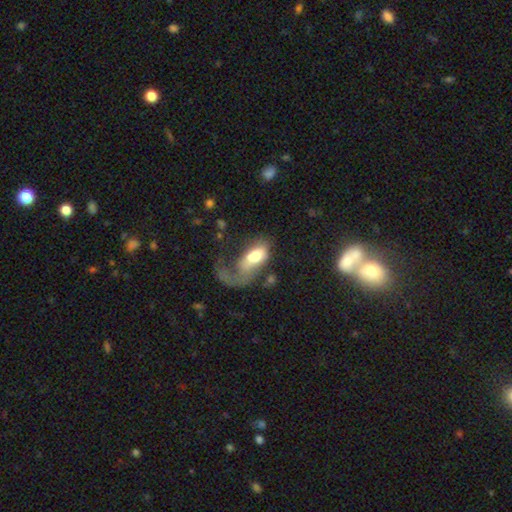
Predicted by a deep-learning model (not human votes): Smooth or featured? Predicted: smooth (p=0.58). How rounded? Predicted: in between (p=0.87). Merging? Predicted: major disturbance (p=0.64).